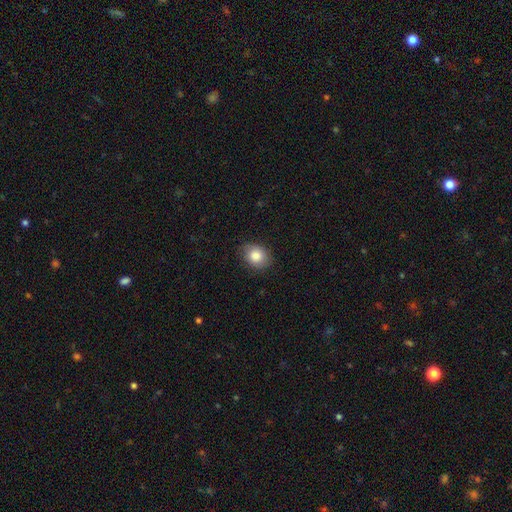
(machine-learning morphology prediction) A smooth galaxy with no disk features (85%) that is in between round and cigar-shaped (53%). Merging: none (82%).